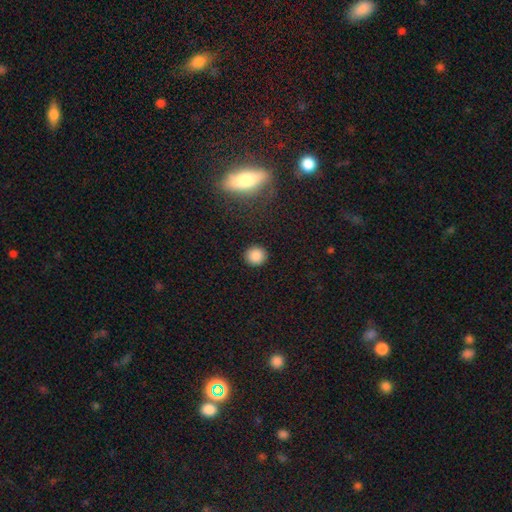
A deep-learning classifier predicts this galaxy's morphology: smooth-or-featured: smooth: 86% | star or artifact: 11% | featured or disk: 3%
  how-rounded: round: 88% | in between: 11% | cigar-shaped: 1%
  merging: none: 91% | minor disturbance: 6% | major disturbance: 2% | merger: 1%